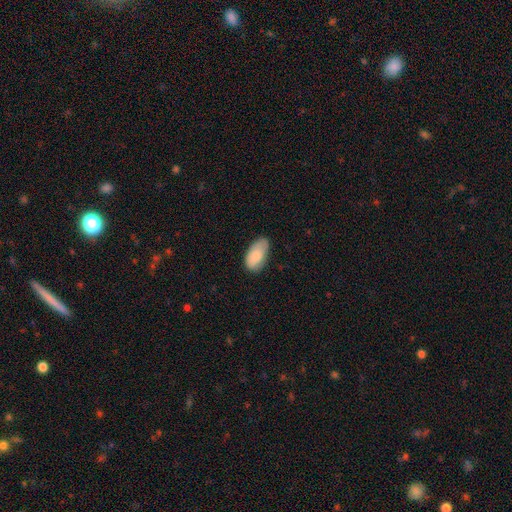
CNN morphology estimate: Overall: smooth (83%). How rounded: in between (95%). Merging: none (69%).